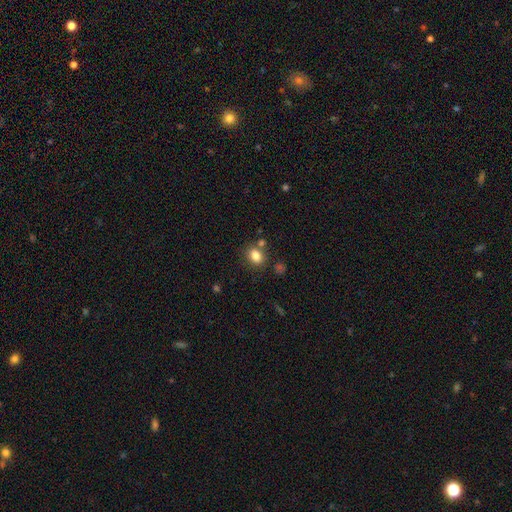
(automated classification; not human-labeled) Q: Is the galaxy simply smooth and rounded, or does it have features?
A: smooth — 83%.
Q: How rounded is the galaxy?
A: in between — 54%.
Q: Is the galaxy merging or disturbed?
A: none — 74%.